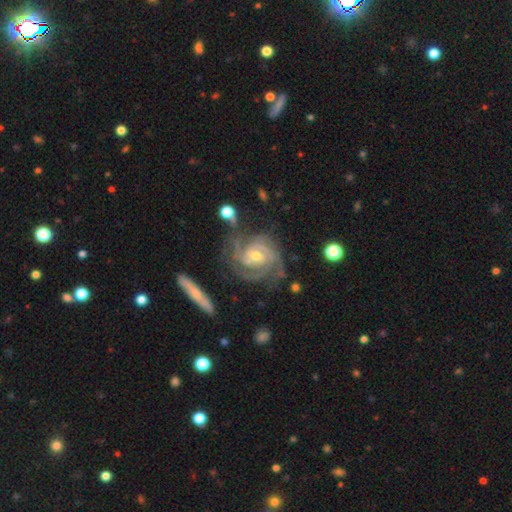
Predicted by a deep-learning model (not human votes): Smooth or featured: featured or disk — 92% (star or artifact — 5%)
Edge-on disk: no — 97% (yes — 3%)
Bar: no — 53% (weak — 35%)
Spiral arms: yes — 98% (no — 2%)
Spiral winding: tight — 67% (medium — 29%)
Spiral arm count: 3 — 41% (2 — 22%)
Bulge size: moderate — 57% (small — 39%)
Merging: none — 63% (minor disturbance — 21%)